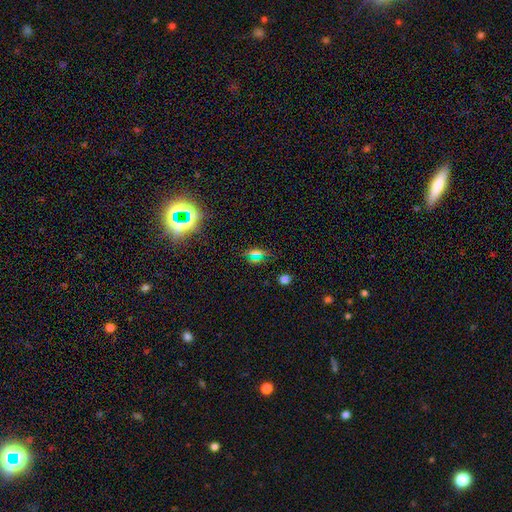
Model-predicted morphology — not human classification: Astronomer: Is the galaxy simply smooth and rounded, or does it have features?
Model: smooth — 49% (runner-up: star or artifact, 40%).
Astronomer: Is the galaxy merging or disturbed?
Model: none — 76%.